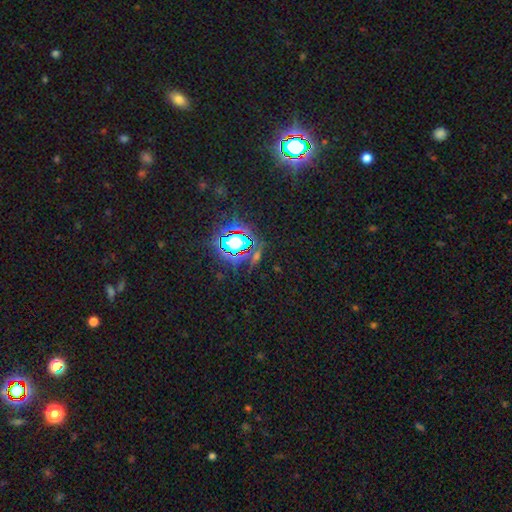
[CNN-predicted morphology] Overall: star or artifact (76%).